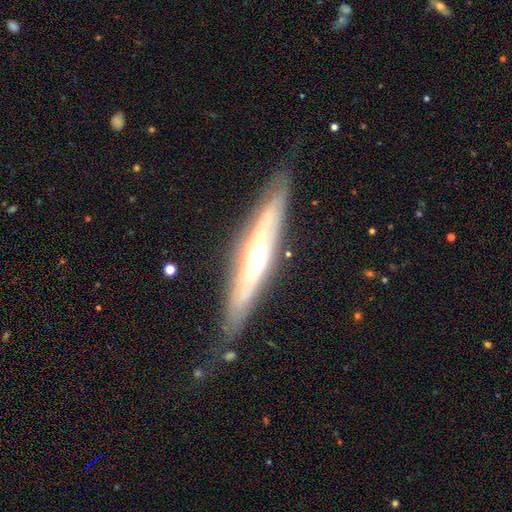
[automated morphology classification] This is likely a featured or disk galaxy (70%). It is likely viewed edge-on (73%). Edge-on bulge: likely rounded (73%). Merging: likely none (79%).